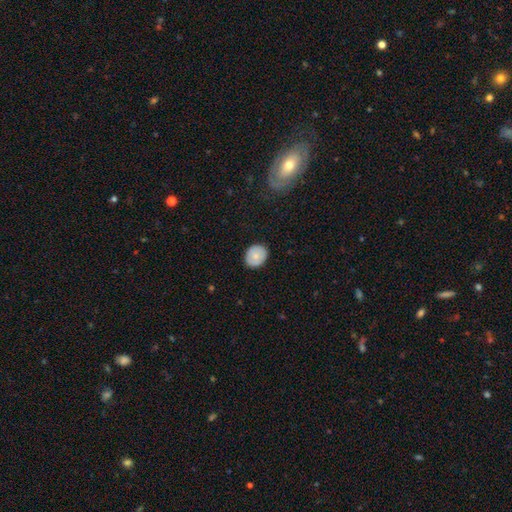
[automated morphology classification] A smooth galaxy with no disk features (76%) that is round (59%).

Vote fractions:
- Smooth or featured? smooth: 76% / featured or disk: 17% / star or artifact: 7%
- How rounded? round: 59% / in between: 40% / cigar-shaped: 1%
- Merging? none: 86% / minor disturbance: 11% / major disturbance: 2% / merger: 1%